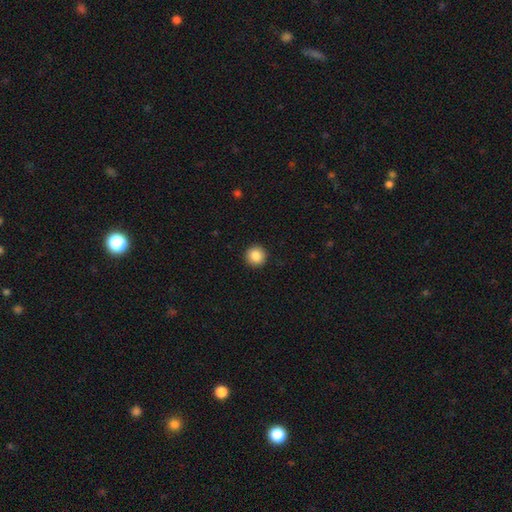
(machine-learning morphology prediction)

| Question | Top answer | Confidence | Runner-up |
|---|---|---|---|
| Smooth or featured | smooth | 86% | star or artifact (9%) |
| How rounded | round | 95% | in between (4%) |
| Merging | none | 93% | minor disturbance (5%) |